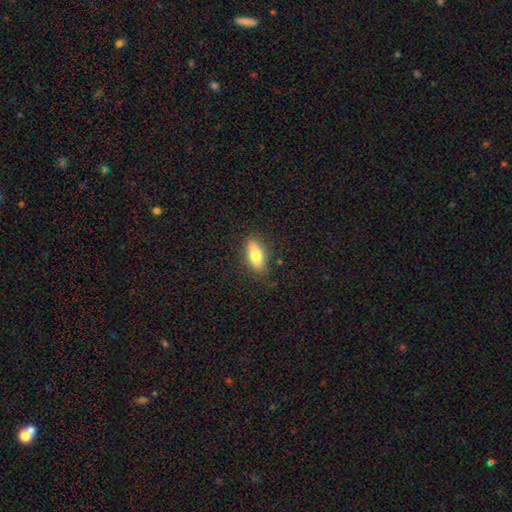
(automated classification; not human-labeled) Morphology: type=smooth (74%); roundness=in between (76%); merging=none (85%).